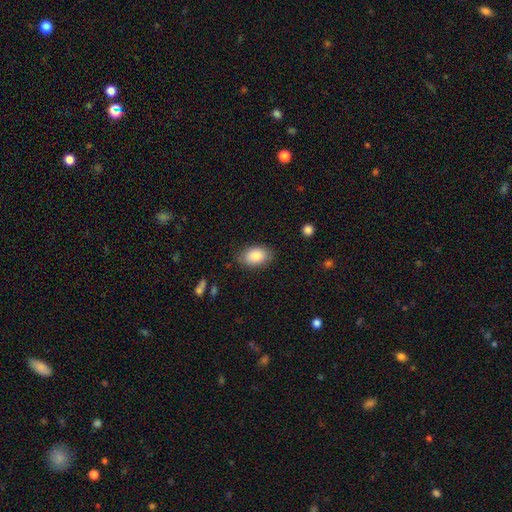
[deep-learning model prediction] Morphology: type=smooth (83%); roundness=in between (85%); merging=none (79%).